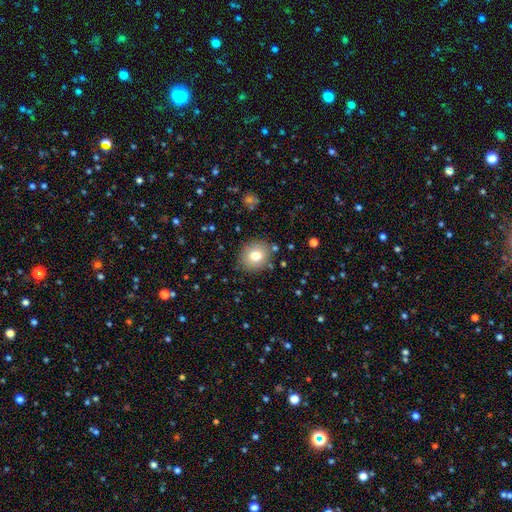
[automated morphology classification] smooth-or-featured: smooth: 76% | featured or disk: 13% | star or artifact: 11%
  how-rounded: round: 75% | in between: 24% | cigar-shaped: 1%
  merging: none: 86% | minor disturbance: 9% | major disturbance: 3% | merger: 2%